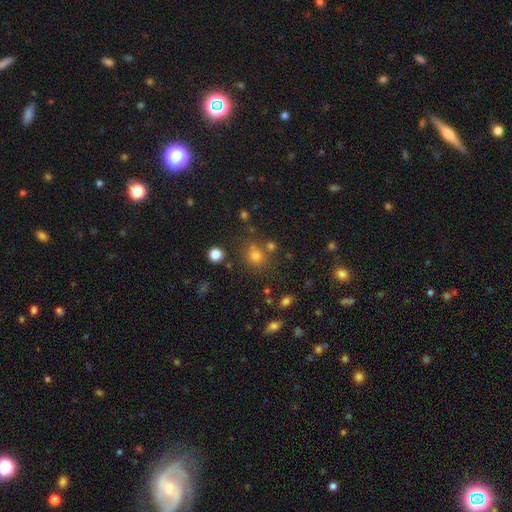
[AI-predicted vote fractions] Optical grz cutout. It shows a smooth galaxy with no disk features (71%) that is round (80%). Merging: none (69%).